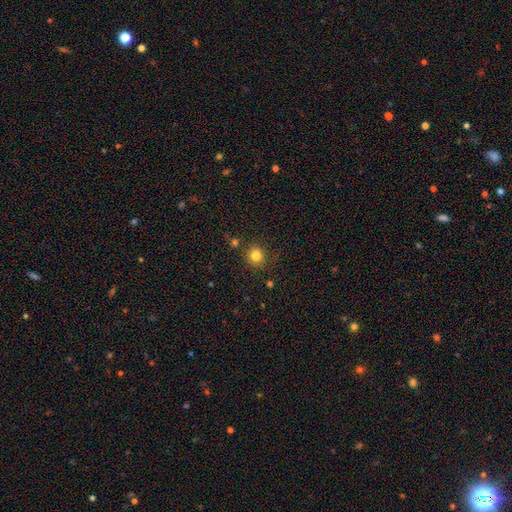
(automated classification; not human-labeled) smooth_or_featured: smooth (p=0.82) [alt: star or artifact p=0.13]
how_rounded: round (p=0.92) [alt: in between p=0.07]
merging: none (p=0.85) [alt: minor disturbance p=0.08]